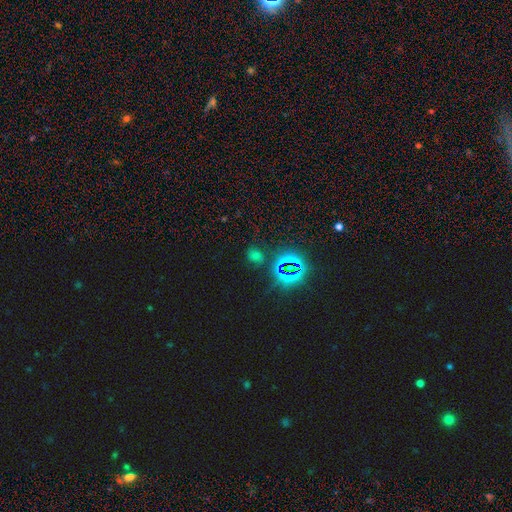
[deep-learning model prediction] smooth-or-featured: star or artifact: 63% | smooth: 30% | featured or disk: 7%